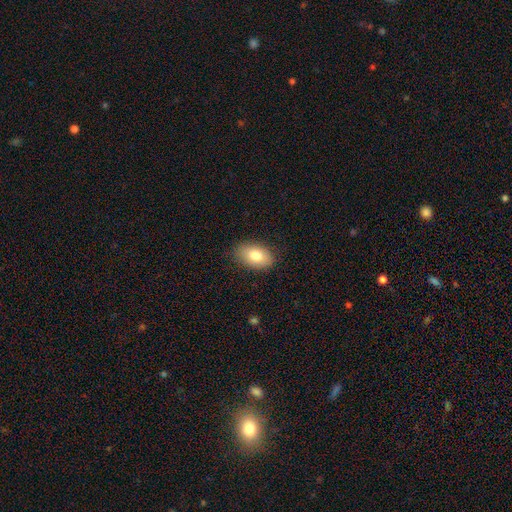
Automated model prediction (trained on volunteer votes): Smooth or featured?
  - smooth: 80% *
  - featured or disk: 12%
  - star or artifact: 8%
How rounded?
  - in between: 89% *
  - round: 10%
  - cigar-shaped: 1%
Merging?
  - none: 85% *
  - minor disturbance: 11%
  - major disturbance: 2%
  - merger: 1%